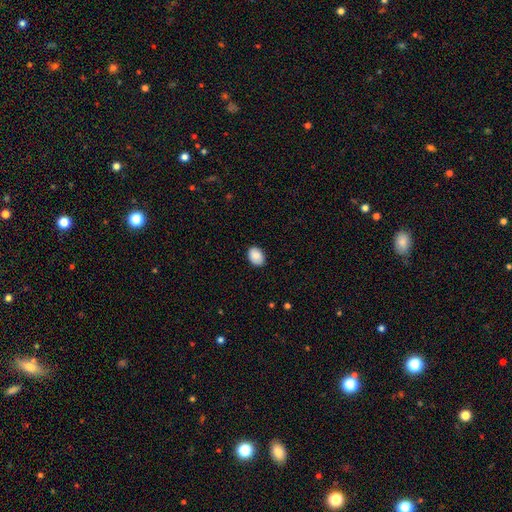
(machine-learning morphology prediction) Q: Smooth or featured?
A: smooth (86%); runner-up: featured or disk (7%)
Q: How rounded?
A: in between (78%); runner-up: round (21%)
Q: Merging?
A: none (87%); runner-up: minor disturbance (10%)